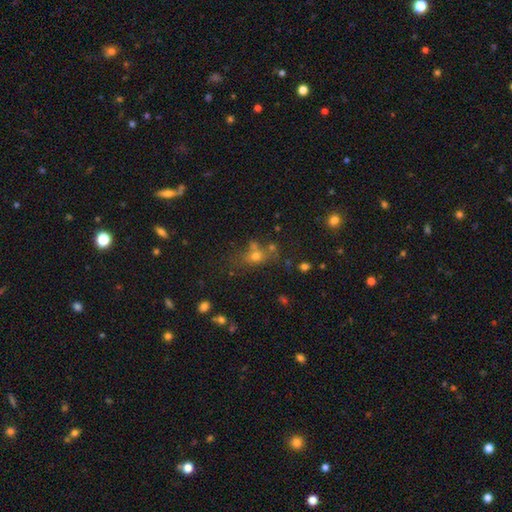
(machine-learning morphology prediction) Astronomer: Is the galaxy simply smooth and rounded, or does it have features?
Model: smooth — 60%.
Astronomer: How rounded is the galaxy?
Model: round — 55% (runner-up: in between, 40%).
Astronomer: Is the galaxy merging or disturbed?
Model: none — 53%.